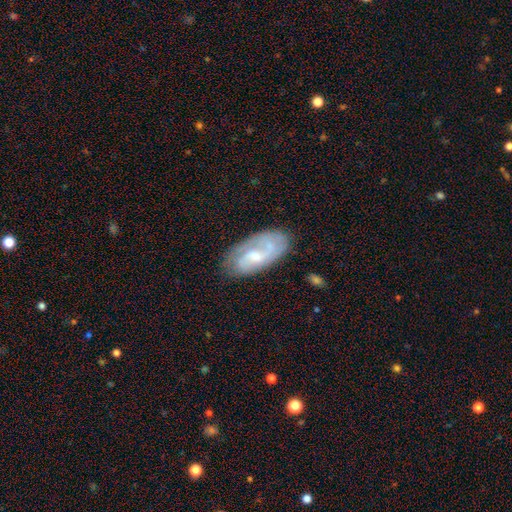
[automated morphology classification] Smooth or featured? Predicted: featured or disk (p=0.70). Edge-on disk? Predicted: no (p=0.94). Bar? Predicted: no (p=0.48). Spiral arms? Predicted: yes (p=0.90). Spiral winding? Predicted: medium (p=0.43). Spiral arm count? Predicted: 2 (p=0.52). Bulge size? Predicted: small (p=0.42). Merging? Predicted: none (p=0.72).